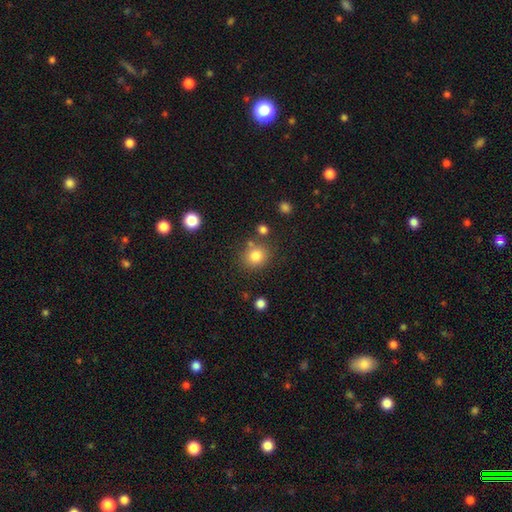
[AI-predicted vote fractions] Overall: smooth (81%). How rounded: round (79%). Merging: none (76%).